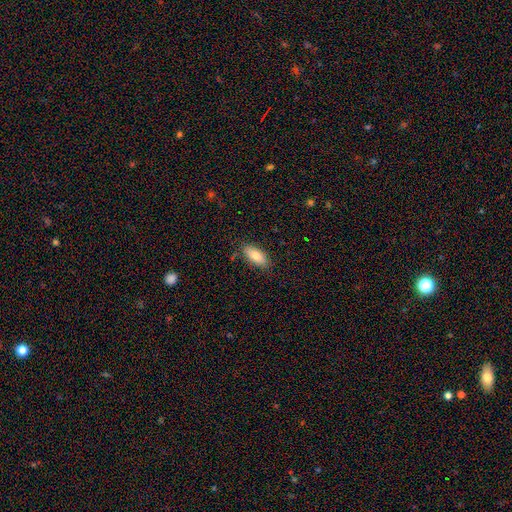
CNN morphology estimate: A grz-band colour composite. It shows a smooth galaxy with no disk features (79%) that is in between round and cigar-shaped (82%). Merging: none (84%).